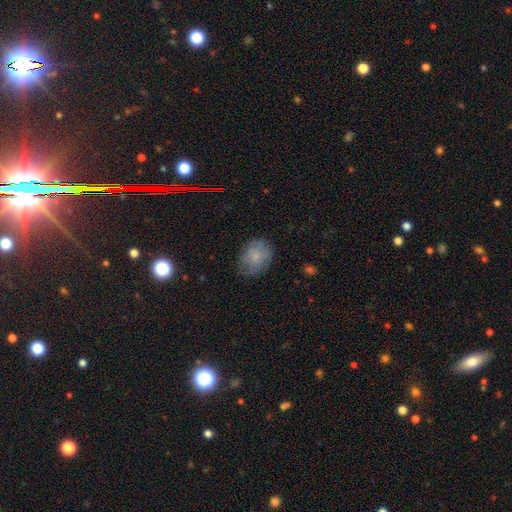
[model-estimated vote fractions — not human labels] Smooth or featured?
  - smooth: 70% *
  - featured or disk: 20%
  - star or artifact: 10%
How rounded?
  - in between: 60% *
  - round: 39%
  - cigar-shaped: 1%
Merging?
  - none: 68% *
  - minor disturbance: 22%
  - major disturbance: 8%
  - merger: 1%